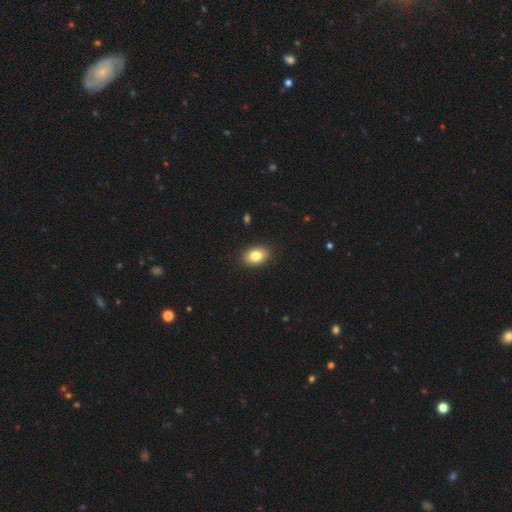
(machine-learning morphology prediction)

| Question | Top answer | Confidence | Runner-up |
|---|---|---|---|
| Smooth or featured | smooth | 83% | featured or disk (9%) |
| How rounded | in between | 82% | round (17%) |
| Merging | none | 90% | minor disturbance (7%) |